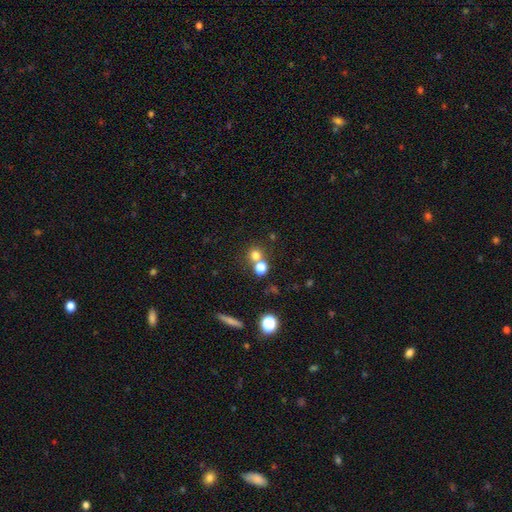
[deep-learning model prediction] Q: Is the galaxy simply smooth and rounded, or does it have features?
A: smooth — 73%.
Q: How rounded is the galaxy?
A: round — 86%.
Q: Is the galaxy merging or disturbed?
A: none — 52%.